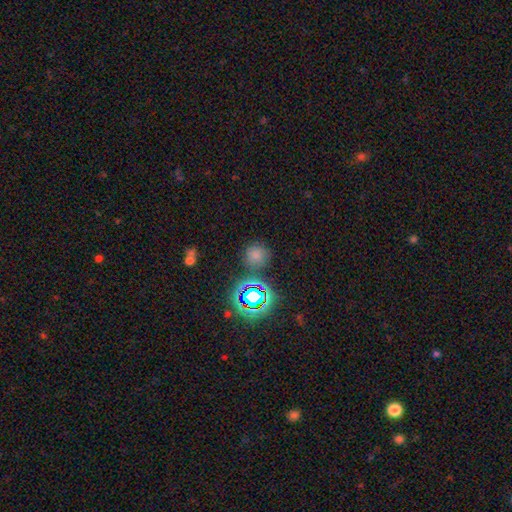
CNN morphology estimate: smooth-or-featured: smooth: 67% | star or artifact: 26% | featured or disk: 7%
  how-rounded: round: 88% | in between: 11% | cigar-shaped: 1%
  merging: none: 77% | minor disturbance: 12% | merger: 6% | major disturbance: 5%